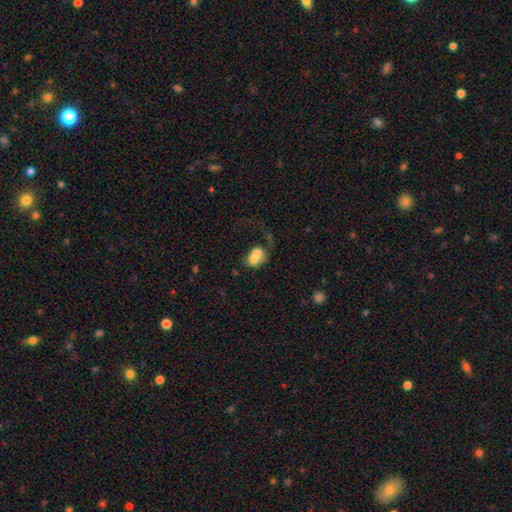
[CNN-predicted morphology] The model was most divided on "merging": major disturbance: 33%, merger: 27%, none: 23%, minor disturbance: 17%. More confident: how rounded — in between (79%); smooth or featured — smooth (69%).